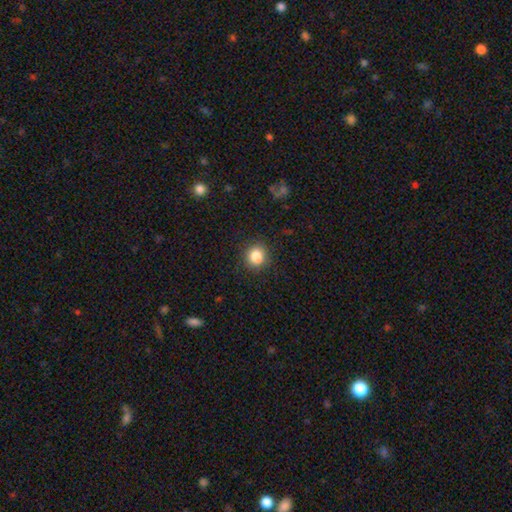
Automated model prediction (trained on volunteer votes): Smooth or featured?
  - smooth: 85% *
  - star or artifact: 10%
  - featured or disk: 5%
How rounded?
  - round: 78% *
  - in between: 21%
  - cigar-shaped: 1%
Merging?
  - none: 86% *
  - minor disturbance: 10%
  - major disturbance: 3%
  - merger: 1%